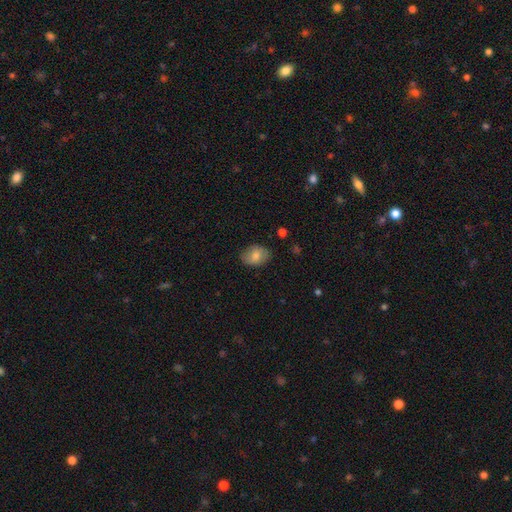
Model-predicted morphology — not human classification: Smooth or featured?
  - smooth: 78% *
  - featured or disk: 15%
  - star or artifact: 8%
How rounded?
  - in between: 73% *
  - round: 26%
  - cigar-shaped: 1%
Merging?
  - none: 81% *
  - minor disturbance: 15%
  - major disturbance: 3%
  - merger: 1%